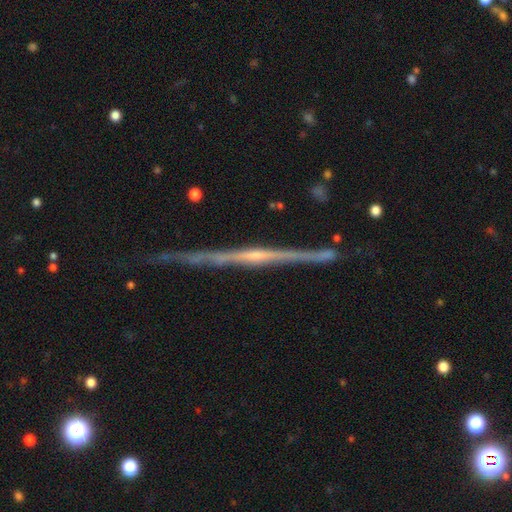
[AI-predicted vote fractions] Smooth or featured?
  - featured or disk: 86% *
  - smooth: 8%
  - star or artifact: 6%
Edge-on disk?
  - yes: 98% *
  - no: 2%
Edge-on bulge?
  - rounded: 59% *
  - none: 32%
  - boxy: 10%
Merging?
  - none: 85% *
  - minor disturbance: 11%
  - major disturbance: 2%
  - merger: 2%